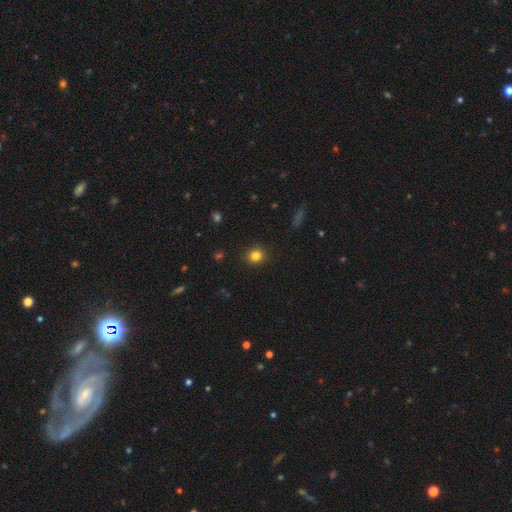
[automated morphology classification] Smooth or featured? smooth (82%)
How rounded? round (87%)
Merging? none (89%)